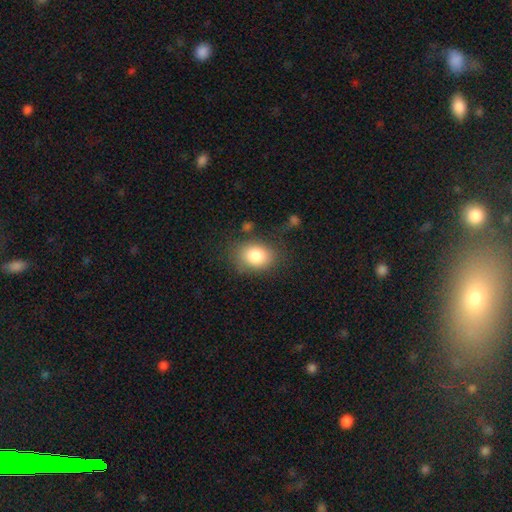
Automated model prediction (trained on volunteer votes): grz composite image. It shows a smooth galaxy with no disk features (84%) that is in between round and cigar-shaped (62%). Merging: none (74%).